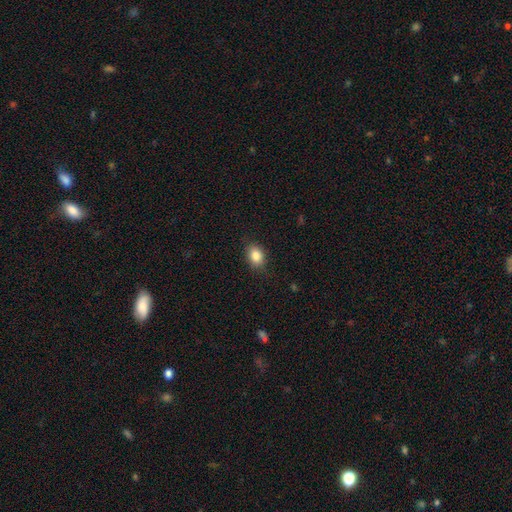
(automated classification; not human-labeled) This appears to be a smooth galaxy with no disk features (85%) that is in between round and cigar-shaped (69%). Merging: none (83%).